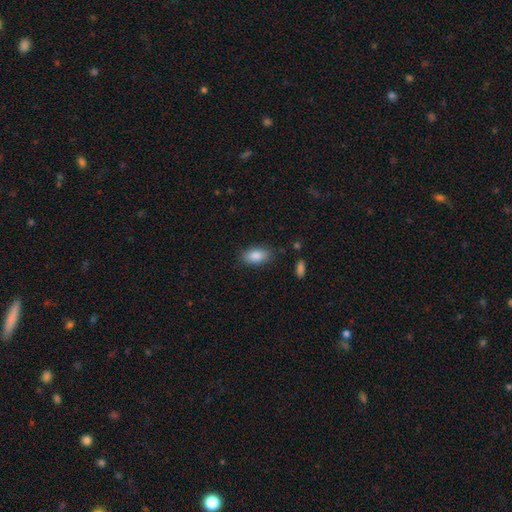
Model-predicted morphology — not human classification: Smooth or featured? smooth (86%)
How rounded? in between (90%)
Merging? none (83%)